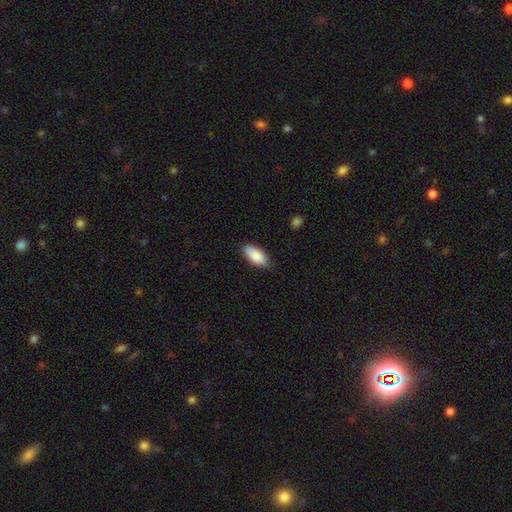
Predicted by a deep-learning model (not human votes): This appears to be a smooth galaxy with no disk features (88%) that is in between round and cigar-shaped (90%). Merging: none (84%).